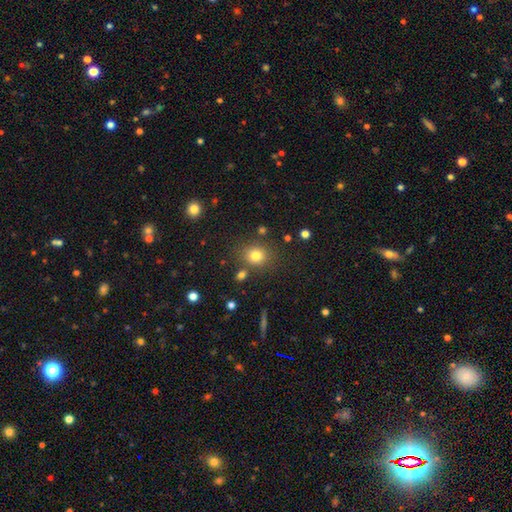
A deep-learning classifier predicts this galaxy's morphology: smooth-or-featured: smooth: 79% | star or artifact: 14% | featured or disk: 7%
  how-rounded: round: 74% | in between: 25% | cigar-shaped: 1%
  merging: none: 79% | minor disturbance: 10% | merger: 7% | major disturbance: 4%